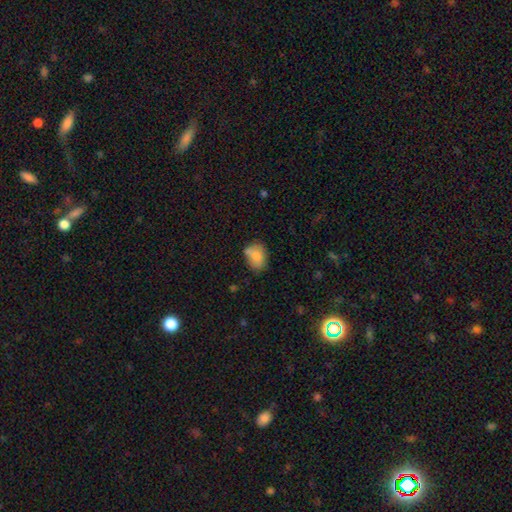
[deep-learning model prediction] Morphology: type=smooth (78%); roundness=in between (65%); merging=none (54%).